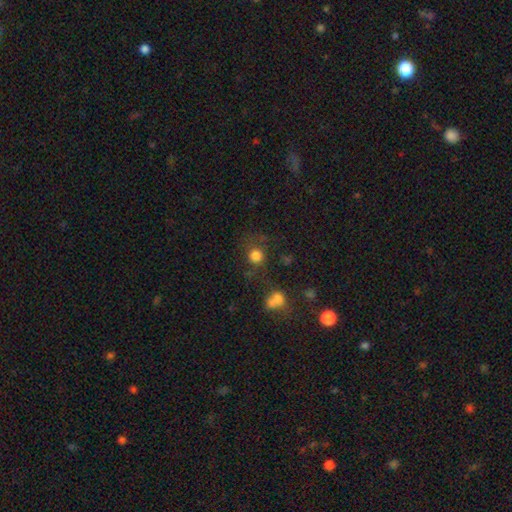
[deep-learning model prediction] smooth 79%, star or artifact 15%, featured or disk 7%. Down the decision tree: how rounded — round (90%); merging — none (70%).